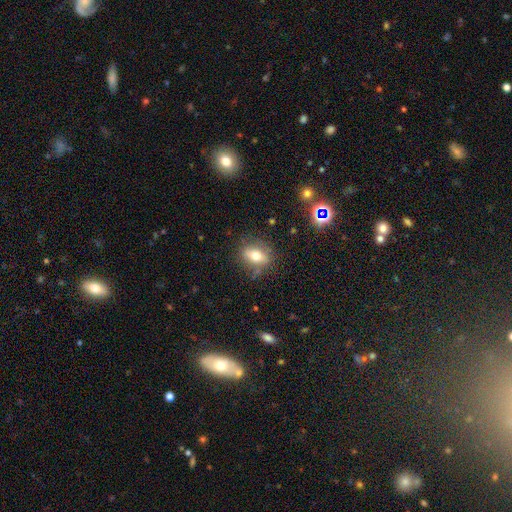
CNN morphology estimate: This appears to be a smooth galaxy with no disk features (62%) that is in between round and cigar-shaped (68%). Merging: none (76%).